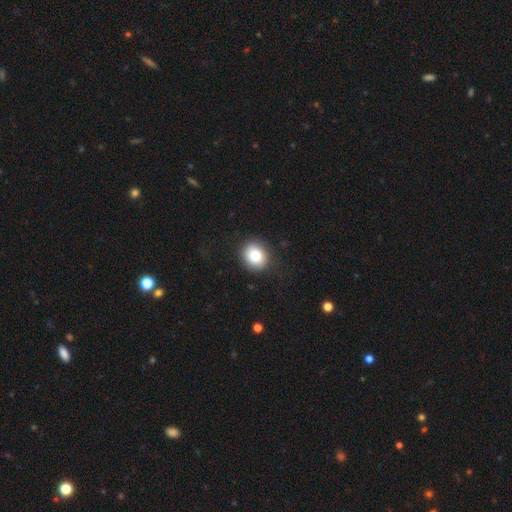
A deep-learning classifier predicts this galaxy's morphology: A smooth galaxy with no disk features (79%) that is round (71%). Merging: none (88%).